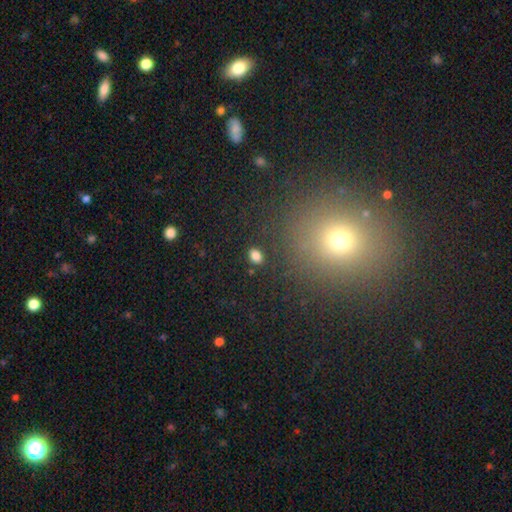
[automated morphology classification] This is clearly a smooth galaxy (82%). How rounded: likely in between (75%). Merging: clearly none (87%).